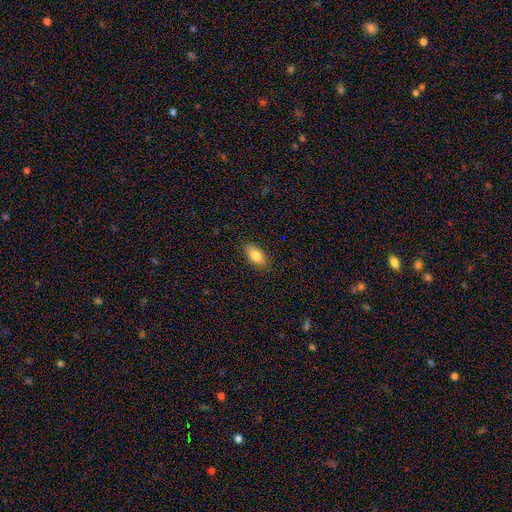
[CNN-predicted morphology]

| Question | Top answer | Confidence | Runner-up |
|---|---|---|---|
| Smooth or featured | smooth | 83% | featured or disk (10%) |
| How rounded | in between | 89% | cigar-shaped (7%) |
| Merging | none | 87% | minor disturbance (10%) |